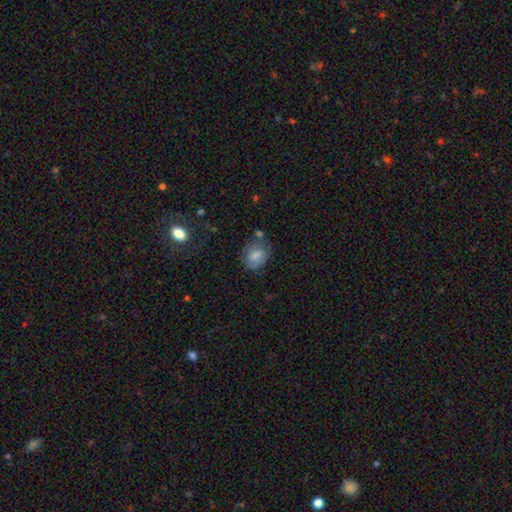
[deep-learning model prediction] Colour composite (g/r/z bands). It shows a smooth galaxy with no disk features (74%) that is in between round and cigar-shaped (60%). Merging: none (55%).